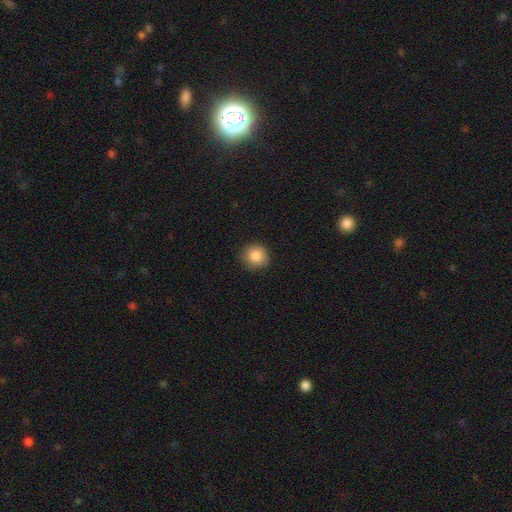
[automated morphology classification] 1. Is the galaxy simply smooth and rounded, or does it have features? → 87% smooth, 9% star or artifact, 4% featured or disk.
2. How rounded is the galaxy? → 91% round, 8% in between, 1% cigar-shaped.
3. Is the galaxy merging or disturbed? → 89% none, 8% minor disturbance, 2% major disturbance, 1% merger.